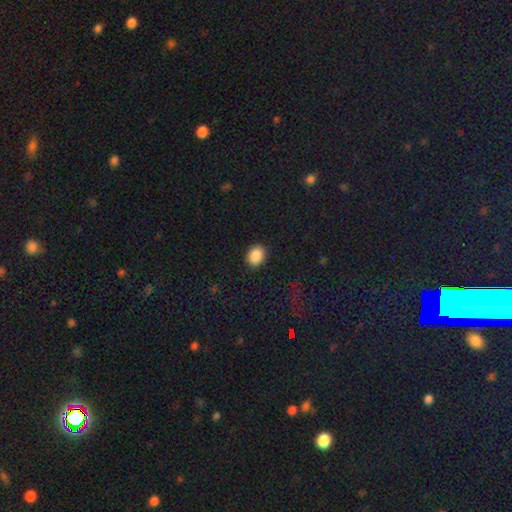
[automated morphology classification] A smooth galaxy with no disk features (89%) that is in between round and cigar-shaped (60%). Merging: none (90%).